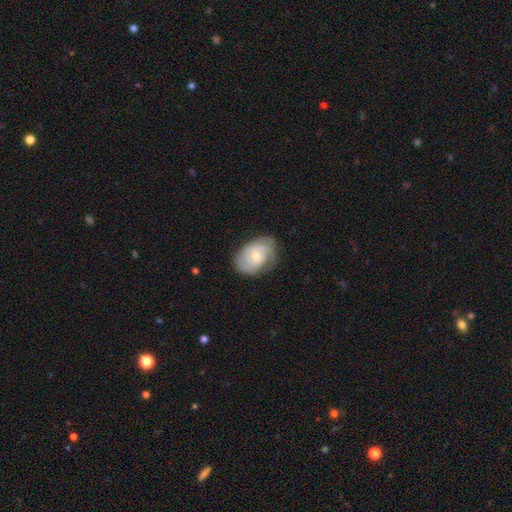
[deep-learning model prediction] Overall: featured or disk (71%). Edge-on disk: no (97%). Bar: no (68%; weak 28%). Spiral arms: yes (90%). Spiral arm count: 2 (46%; can't tell 28%). Spiral winding: tight (58%; medium 32%). Bulge size: moderate (53%; small 43%). Merging: none (71%).